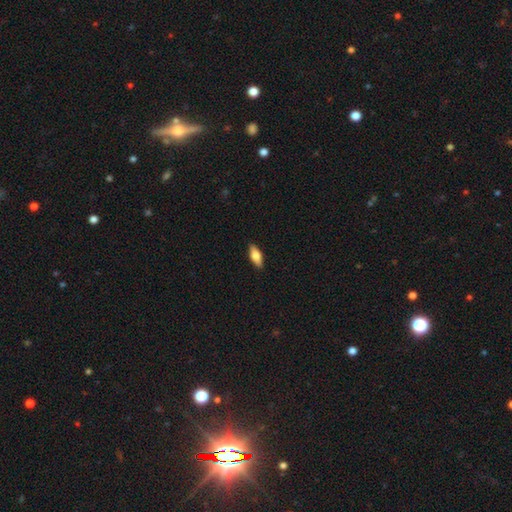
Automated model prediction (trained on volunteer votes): Morphology: type=smooth (69%); roundness=in between (73%); merging=none (90%).